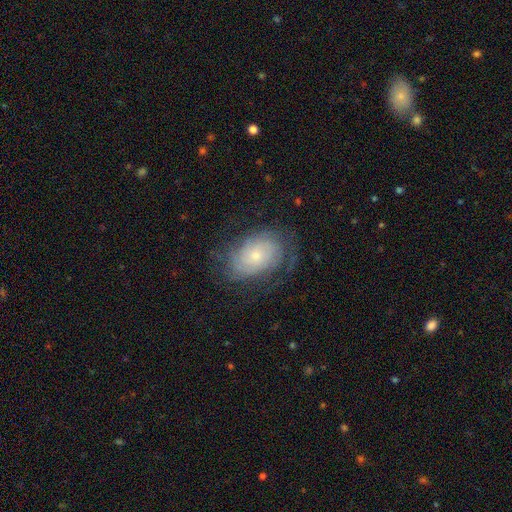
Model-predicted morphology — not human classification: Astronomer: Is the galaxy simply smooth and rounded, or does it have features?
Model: featured or disk — 67%.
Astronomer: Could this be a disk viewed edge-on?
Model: no — 96%.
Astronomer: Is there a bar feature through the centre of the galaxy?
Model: no — 80%.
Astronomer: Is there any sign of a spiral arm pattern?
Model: yes — 87%.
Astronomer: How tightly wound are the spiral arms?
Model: tight — 64%.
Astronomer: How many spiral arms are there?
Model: can't tell — 51%.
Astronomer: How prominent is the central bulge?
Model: small — 68%.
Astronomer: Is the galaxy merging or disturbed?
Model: none — 66%.